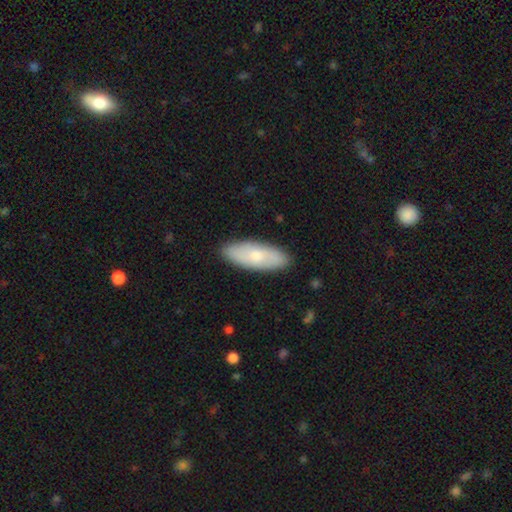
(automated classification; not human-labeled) Morphology: type=smooth (66%); roundness=in between (74%); merging=none (88%).